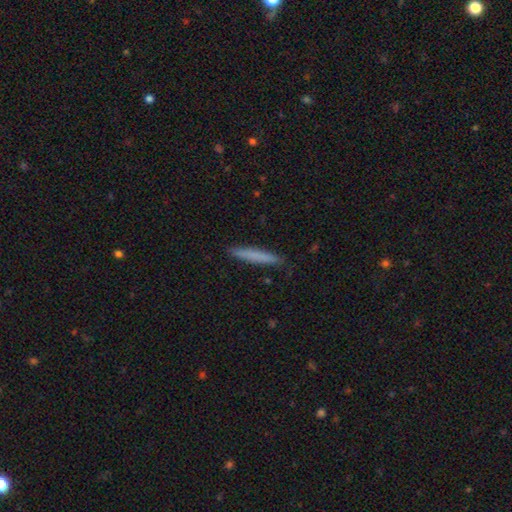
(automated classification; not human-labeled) smooth 75%, featured or disk 20%, star or artifact 6%. Down the decision tree: how rounded — cigar-shaped (96%); merging — none (90%).